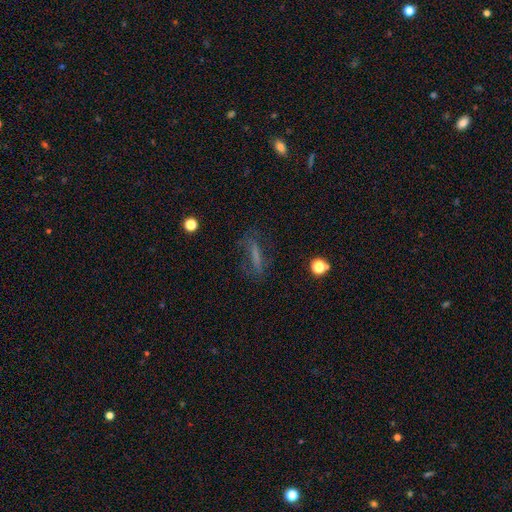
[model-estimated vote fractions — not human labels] A smooth galaxy with no disk features (48%). Merging: none (67%).